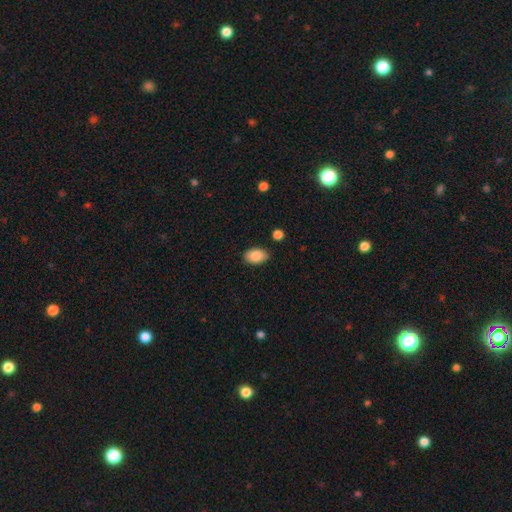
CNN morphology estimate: Smooth or featured? Predicted: smooth (p=0.88). How rounded? Predicted: in between (p=0.90). Merging? Predicted: none (p=0.83).